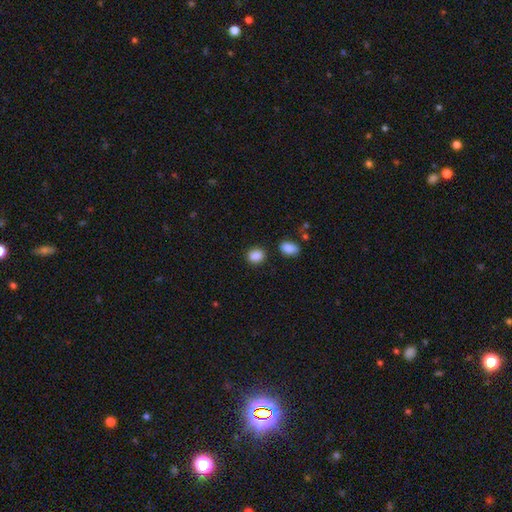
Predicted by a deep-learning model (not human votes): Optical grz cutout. It shows a smooth galaxy with no disk features (87%) that is round (62%). Merging: none (84%).